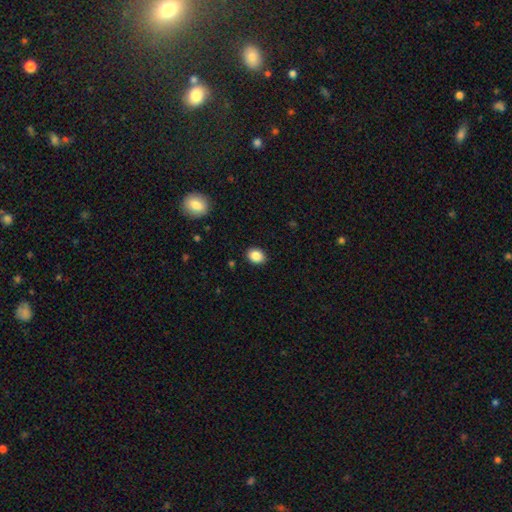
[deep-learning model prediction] Q: Smooth or featured?
A: smooth (86%); runner-up: star or artifact (9%)
Q: How rounded?
A: in between (54%); runner-up: round (45%)
Q: Merging?
A: none (89%); runner-up: minor disturbance (8%)